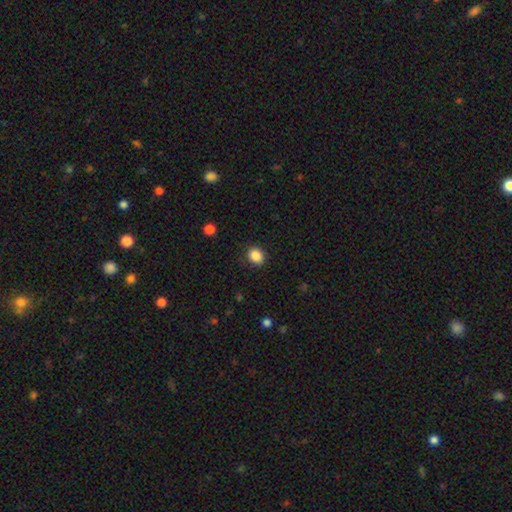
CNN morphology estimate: Q: Smooth or featured?
A: smooth (87%); runner-up: star or artifact (10%)
Q: How rounded?
A: round (61%); runner-up: in between (38%)
Q: Merging?
A: none (87%); runner-up: minor disturbance (9%)